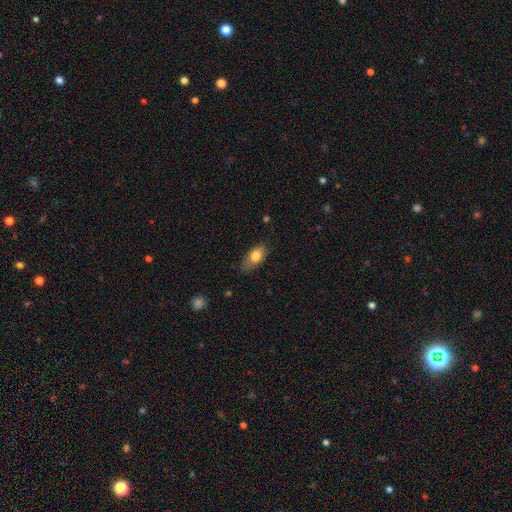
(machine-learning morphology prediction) Q: Smooth or featured?
A: smooth (78%); runner-up: featured or disk (15%)
Q: How rounded?
A: in between (85%); runner-up: cigar-shaped (7%)
Q: Merging?
A: none (68%); runner-up: minor disturbance (25%)